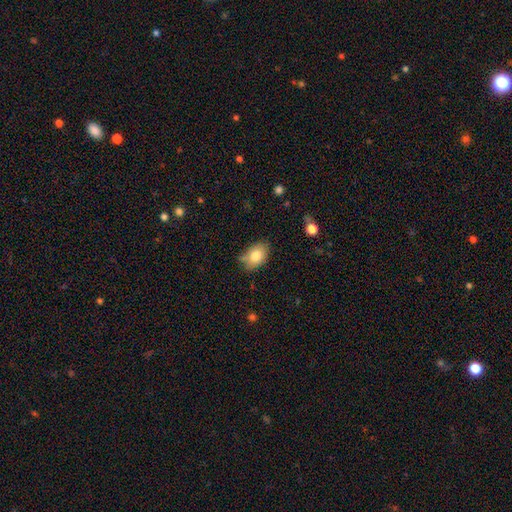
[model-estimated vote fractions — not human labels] smooth 80%, featured or disk 12%, star or artifact 8%. Down the decision tree: how rounded — in between (84%); merging — none (71%).